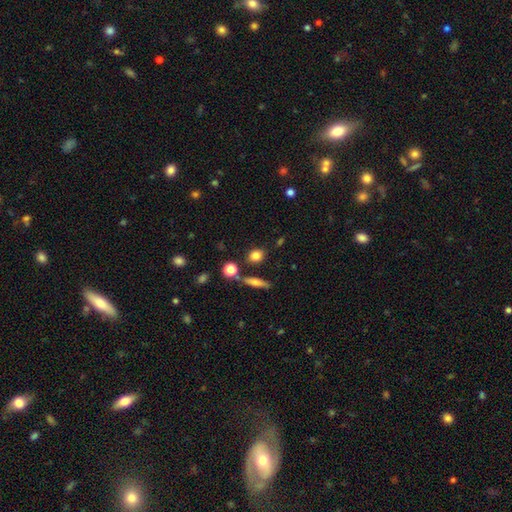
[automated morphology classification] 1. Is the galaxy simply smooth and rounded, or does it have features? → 81% smooth, 11% star or artifact, 8% featured or disk.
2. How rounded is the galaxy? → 63% round, 32% in between, 5% cigar-shaped.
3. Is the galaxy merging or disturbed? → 77% none, 10% minor disturbance, 9% merger, 3% major disturbance.